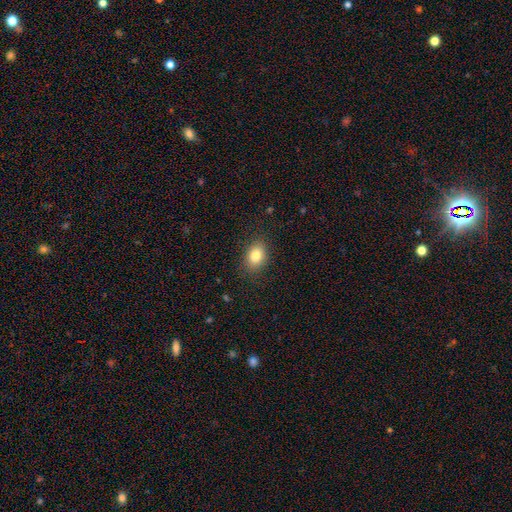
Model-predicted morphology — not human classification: Smooth or featured?
  - smooth: 82% *
  - star or artifact: 10%
  - featured or disk: 8%
How rounded?
  - in between: 69% *
  - round: 30%
  - cigar-shaped: 1%
Merging?
  - none: 86% *
  - minor disturbance: 10%
  - major disturbance: 3%
  - merger: 1%